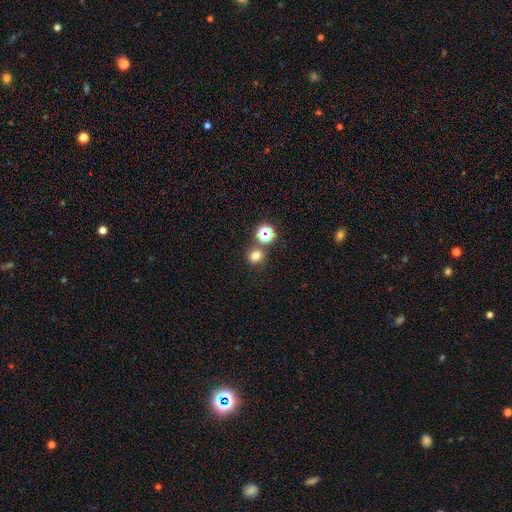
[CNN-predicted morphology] This appears to be a smooth galaxy with no disk features (73%) that is round (82%). Merging: none (73%).